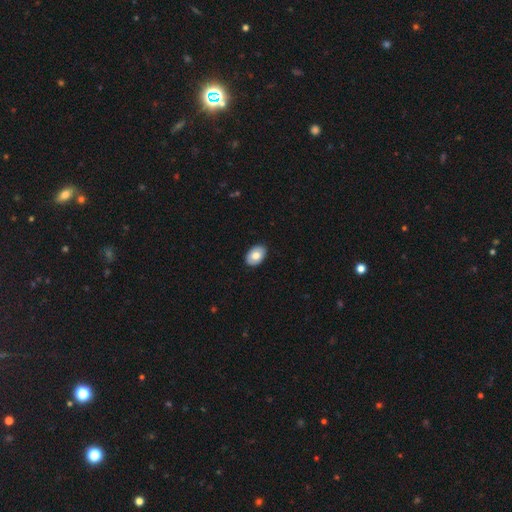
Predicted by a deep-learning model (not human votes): smooth 76%, featured or disk 18%, star or artifact 6%. Down the decision tree: how rounded — in between (87%); merging — none (89%).